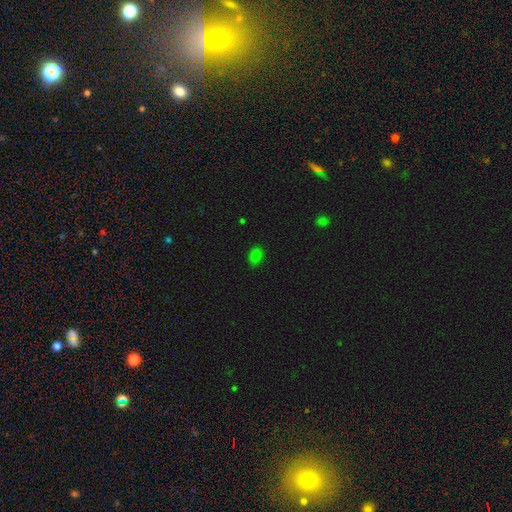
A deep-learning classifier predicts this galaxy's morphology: A smooth galaxy with no disk features (80%) that is in between round and cigar-shaped (81%). Merging: none (84%).